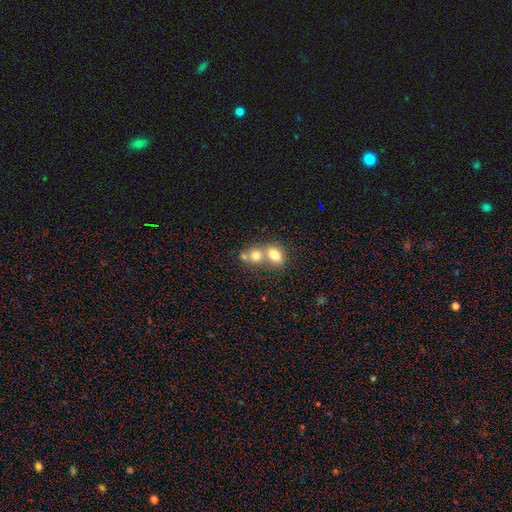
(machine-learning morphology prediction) The model was most divided on "how rounded": round: 57%, in between: 42%, cigar-shaped: 1%. More confident: smooth or featured — smooth (74%); merging — merger (66%).